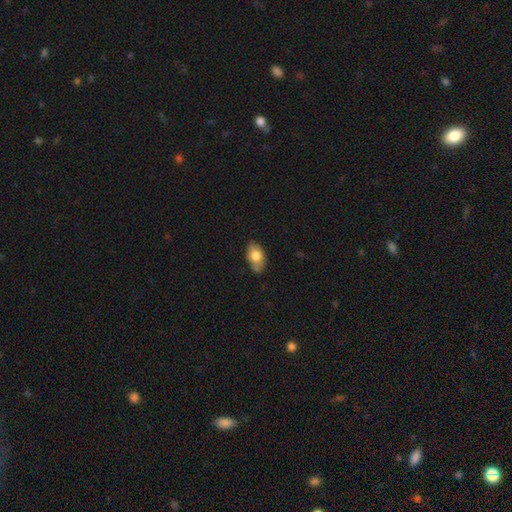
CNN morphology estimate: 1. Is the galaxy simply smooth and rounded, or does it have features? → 77% smooth, 16% featured or disk, 7% star or artifact.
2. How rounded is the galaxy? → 91% in between, 7% round, 2% cigar-shaped.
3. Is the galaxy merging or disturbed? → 75% none, 20% minor disturbance, 3% major disturbance, 2% merger.